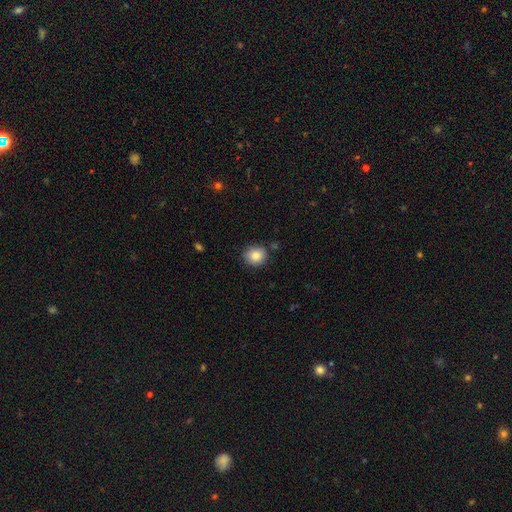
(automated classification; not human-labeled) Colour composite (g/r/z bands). It shows a smooth galaxy with no disk features (84%) that is round (81%). Merging: none (83%).